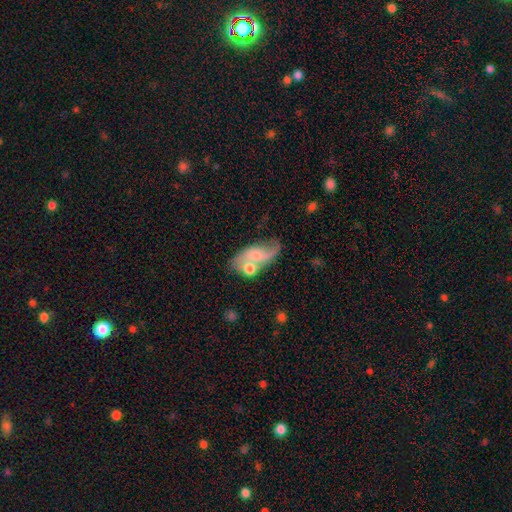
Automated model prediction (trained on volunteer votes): This is possibly a featured or disk galaxy (59%). It is clearly not viewed edge-on (94%). Bar: likely no (60%). Spiral arm pattern: clearly yes (84%). Central bulge: marginally small (38%). Merging: marginally none (41%).